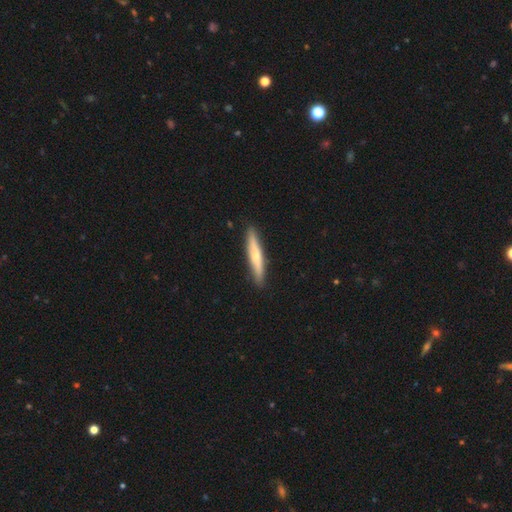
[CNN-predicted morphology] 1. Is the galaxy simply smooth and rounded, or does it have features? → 52% smooth, 43% featured or disk, 5% star or artifact.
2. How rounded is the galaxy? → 92% cigar-shaped, 7% in between, 1% round.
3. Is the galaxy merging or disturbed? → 90% none, 7% minor disturbance, 1% major disturbance, 1% merger.